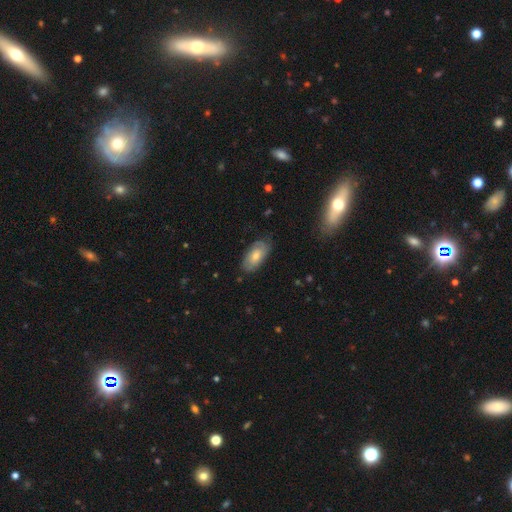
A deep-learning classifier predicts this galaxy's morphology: Smooth or featured? smooth (47%)
Merging? none (77%)